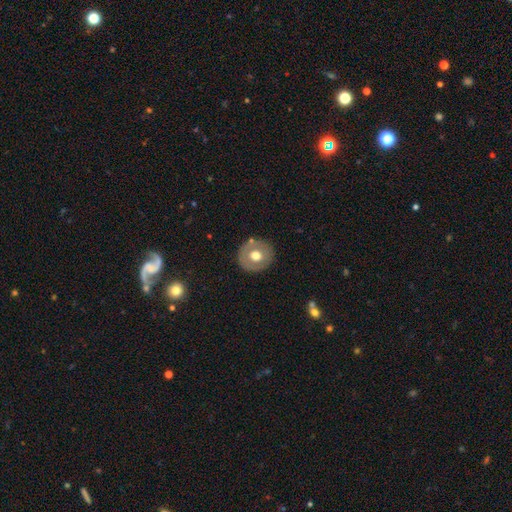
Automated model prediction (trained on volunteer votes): This appears to be a smooth galaxy with no disk features (58%) that is round (90%). Merging: none (86%).